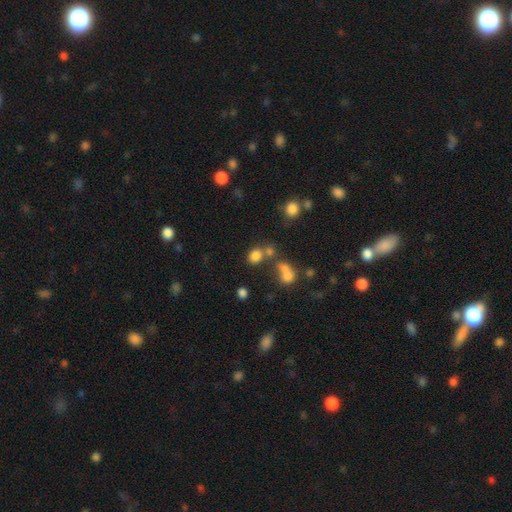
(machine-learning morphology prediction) This is likely a smooth galaxy (77%). How rounded: possibly round (55%). Merging: possibly none (56%).